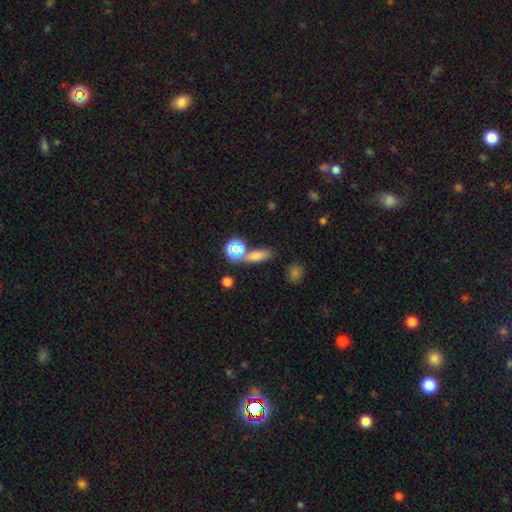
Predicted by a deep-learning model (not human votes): Smooth or featured? smooth (66%)
How rounded? in between (62%)
Merging? none (68%)